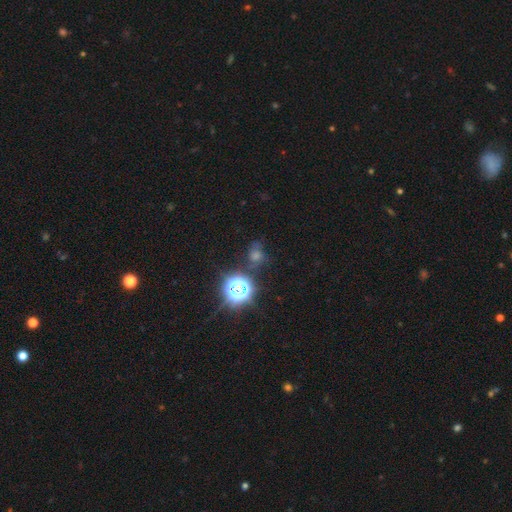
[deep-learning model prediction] smooth_or_featured: star or artifact (p=0.58) [alt: smooth p=0.29]